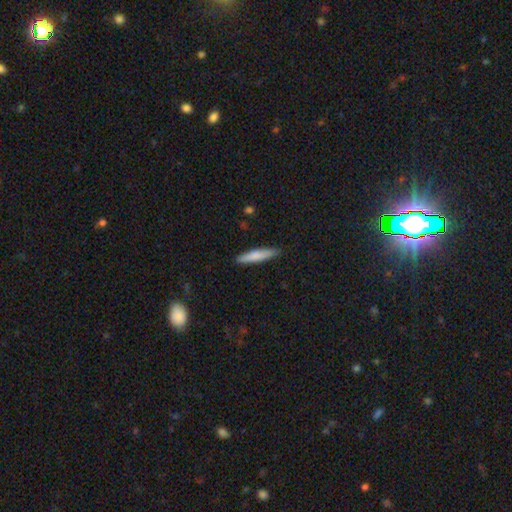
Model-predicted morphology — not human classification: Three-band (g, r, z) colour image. It shows a smooth galaxy with no disk features (76%) that is cigar-shaped (89%). Merging: none (88%).